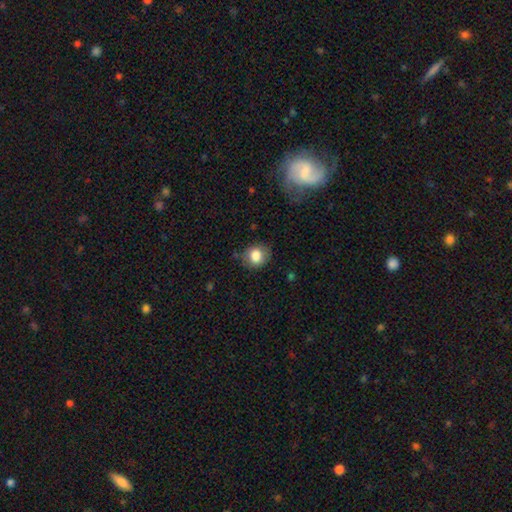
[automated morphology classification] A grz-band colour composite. It shows a smooth galaxy with no disk features (82%) that is round (75%). Merging: none (82%).